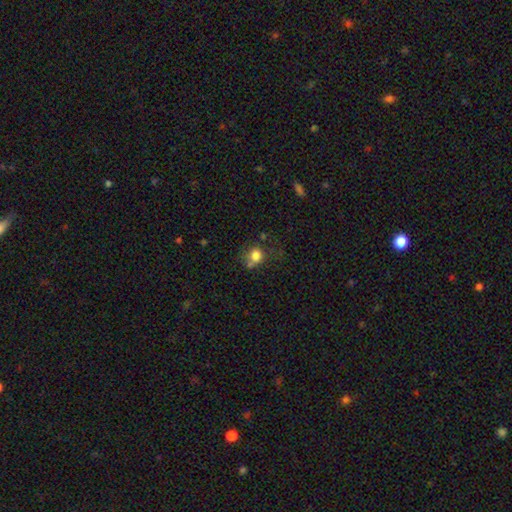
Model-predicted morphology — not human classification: Smooth or featured: smooth — 80% (star or artifact — 11%)
How rounded: round — 75% (in between — 24%)
Merging: none — 54% (minor disturbance — 21%)